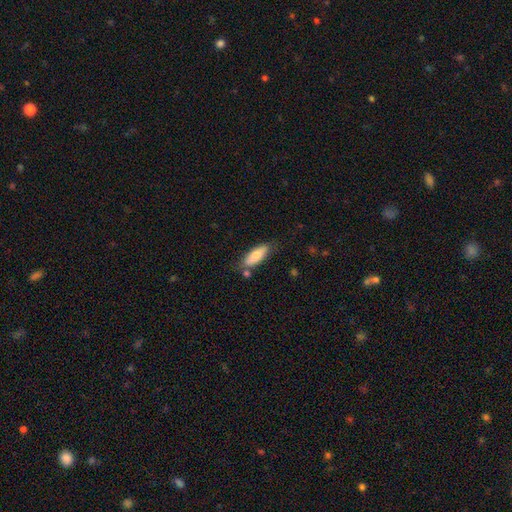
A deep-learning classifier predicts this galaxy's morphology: Smooth or featured? smooth (77%)
How rounded? in between (59%)
Merging? none (70%)